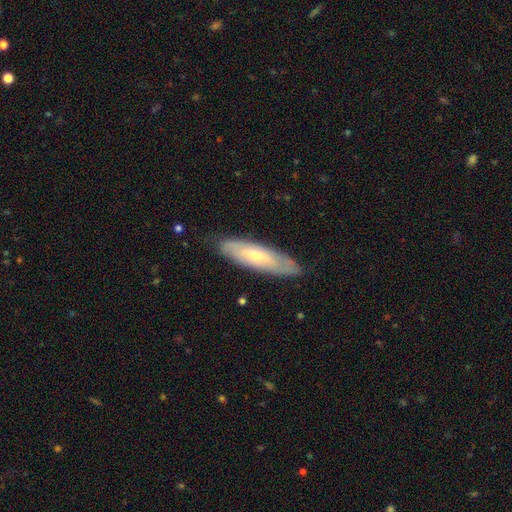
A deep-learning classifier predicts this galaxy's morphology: Smooth or featured?
  - featured or disk: 53% *
  - smooth: 41%
  - star or artifact: 6%
Edge-on disk?
  - no: 64% *
  - yes: 36%
Merging?
  - none: 82% *
  - minor disturbance: 14%
  - major disturbance: 3%
  - merger: 1%